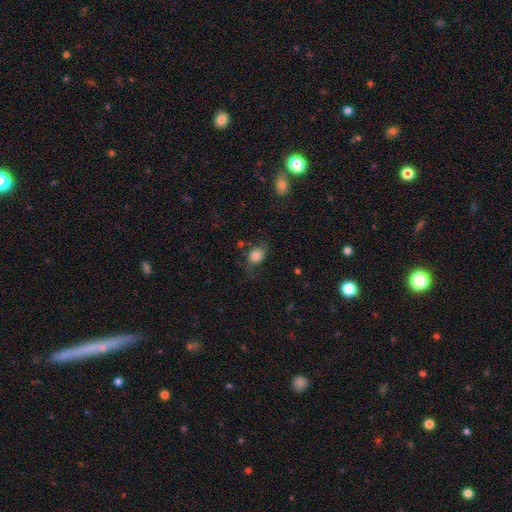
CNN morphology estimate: This appears to be a smooth galaxy with no disk features (75%) that is in between round and cigar-shaped (54%). Merging: none (56%).